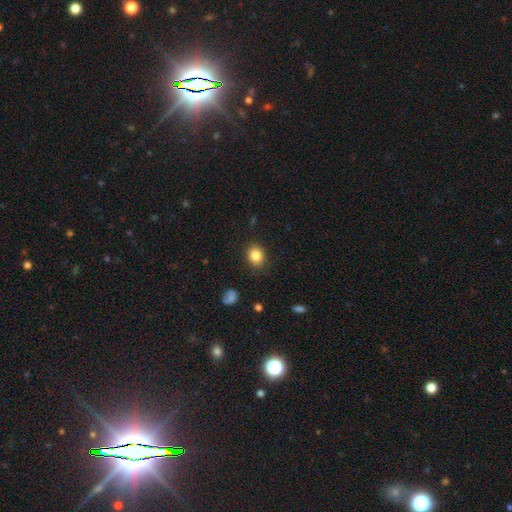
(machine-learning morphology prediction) type=smooth (85%); roundness=round (59%); merging=none (87%).